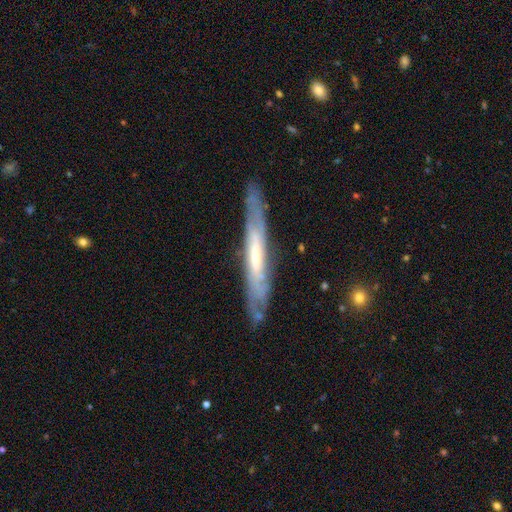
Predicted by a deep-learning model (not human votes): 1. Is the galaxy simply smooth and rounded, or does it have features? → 69% featured or disk, 25% smooth, 6% star or artifact.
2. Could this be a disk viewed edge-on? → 68% yes, 32% no.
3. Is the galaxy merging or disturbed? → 79% none, 16% minor disturbance, 4% major disturbance, 2% merger.